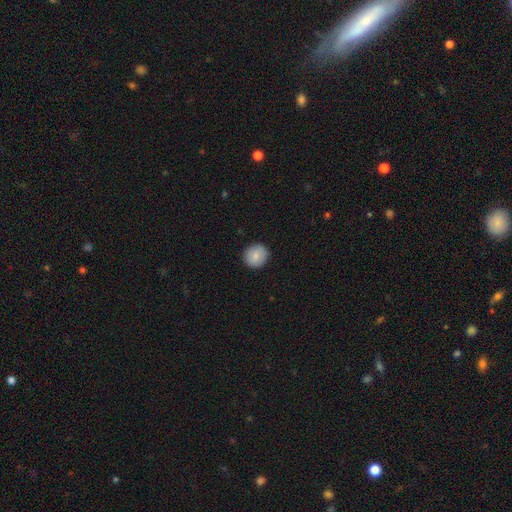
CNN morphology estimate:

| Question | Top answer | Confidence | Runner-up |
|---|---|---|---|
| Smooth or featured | smooth | 83% | featured or disk (10%) |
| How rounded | round | 88% | in between (11%) |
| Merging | none | 90% | minor disturbance (7%) |